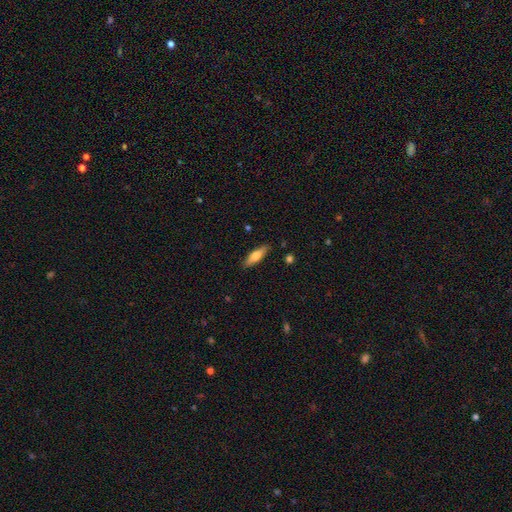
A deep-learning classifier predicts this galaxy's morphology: smooth_or_featured: smooth (p=0.65) [alt: featured or disk p=0.29]
how_rounded: cigar-shaped (p=0.60) [alt: in between p=0.38]
merging: none (p=0.87) [alt: minor disturbance p=0.09]